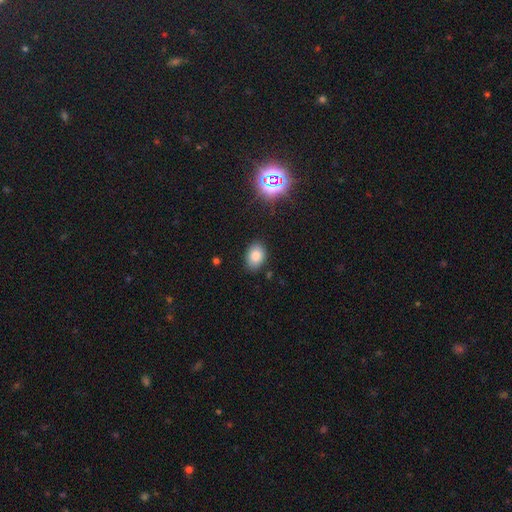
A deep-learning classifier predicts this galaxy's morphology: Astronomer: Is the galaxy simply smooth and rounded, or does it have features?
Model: smooth — 81%.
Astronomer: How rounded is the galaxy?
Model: in between — 82%.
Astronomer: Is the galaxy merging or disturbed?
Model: none — 85%.